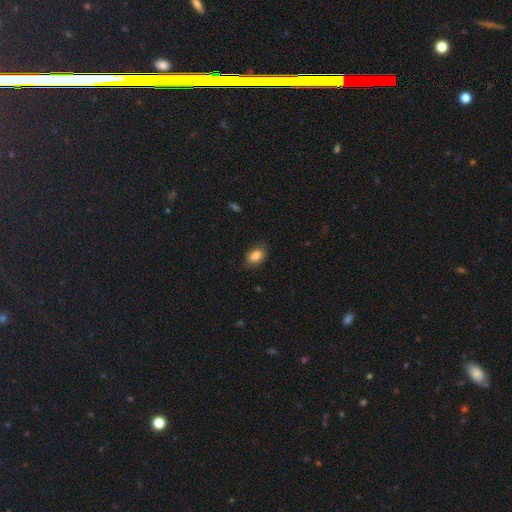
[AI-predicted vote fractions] The model was most divided on "merging": none: 82%, minor disturbance: 15%, major disturbance: 3%, merger: 1%. More confident: how rounded — in between (83%); smooth or featured — smooth (83%).